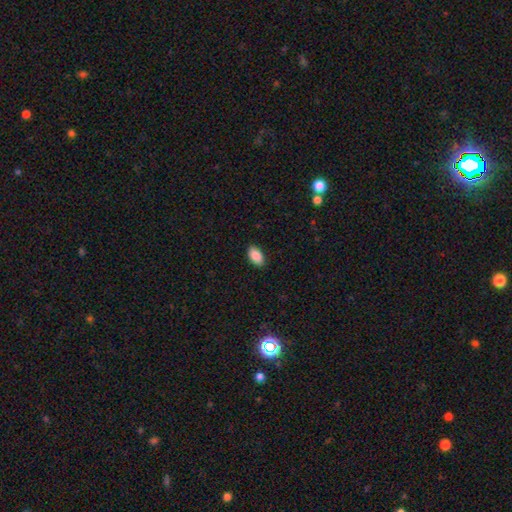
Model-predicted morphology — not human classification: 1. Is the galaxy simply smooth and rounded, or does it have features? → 89% smooth, 7% star or artifact, 4% featured or disk.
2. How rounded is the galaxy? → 94% in between, 4% round, 2% cigar-shaped.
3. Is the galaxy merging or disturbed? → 89% none, 8% minor disturbance, 2% major disturbance, 1% merger.